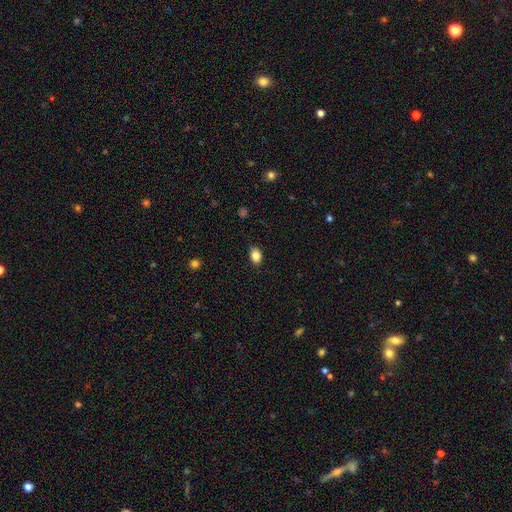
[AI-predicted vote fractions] smooth-or-featured: smooth: 86% | star or artifact: 9% | featured or disk: 5%
  how-rounded: in between: 82% | round: 17% | cigar-shaped: 1%
  merging: none: 84% | minor disturbance: 12% | major disturbance: 2% | merger: 1%